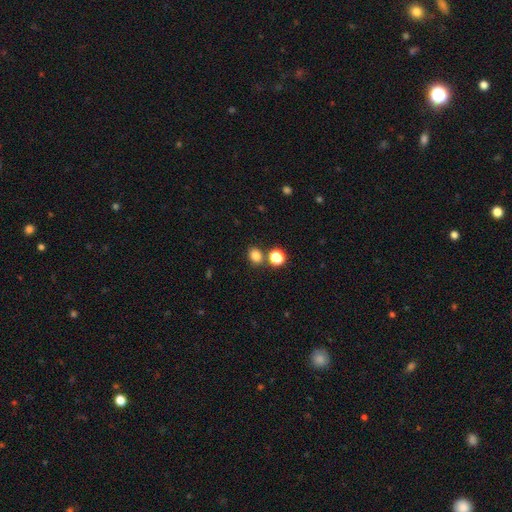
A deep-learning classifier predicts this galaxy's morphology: Smooth or featured? Predicted: smooth (p=0.80). How rounded? Predicted: round (p=0.53). Merging? Predicted: none (p=0.76).